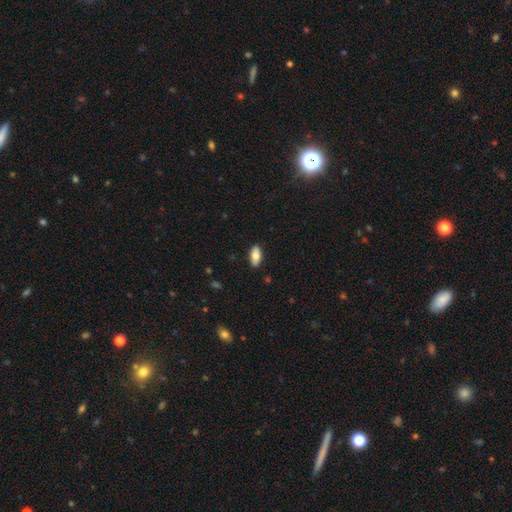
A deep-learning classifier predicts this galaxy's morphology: A smooth galaxy with no disk features (77%) that is in between round and cigar-shaped (90%).

Vote fractions:
- Smooth or featured? smooth: 77% / featured or disk: 16% / star or artifact: 7%
- How rounded? in between: 90% / cigar-shaped: 8% / round: 3%
- Merging? none: 88% / minor disturbance: 9% / major disturbance: 2% / merger: 1%